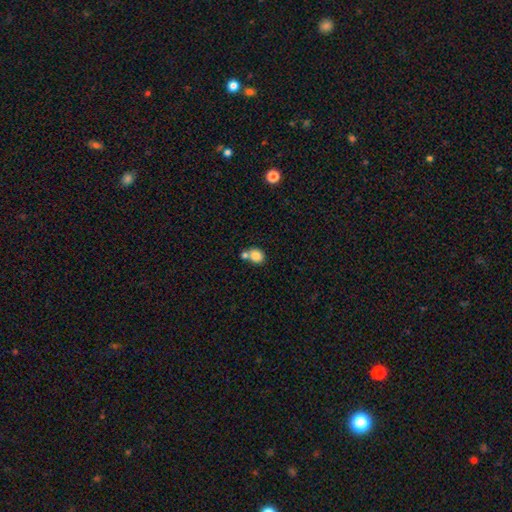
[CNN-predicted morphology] Smooth or featured: smooth — 83% (star or artifact — 9%)
How rounded: round — 68% (in between — 31%)
Merging: none — 46% (merger — 41%)